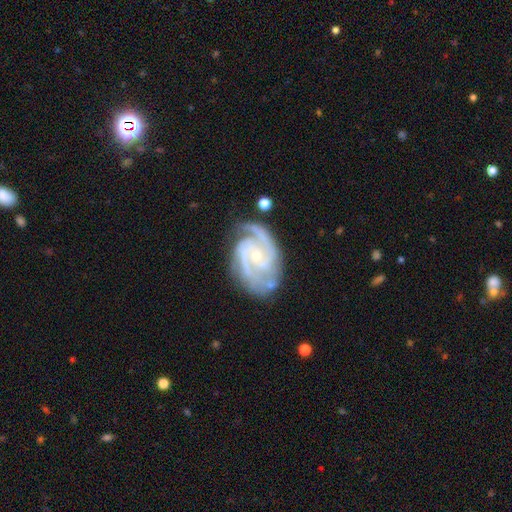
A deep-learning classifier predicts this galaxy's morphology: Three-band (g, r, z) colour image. It shows a featured or disk galaxy (92%) with no bar (54%), 2 (61%) tight (48%) spiral arms (98%) and a small central bulge (67%). Merging: none (72%).